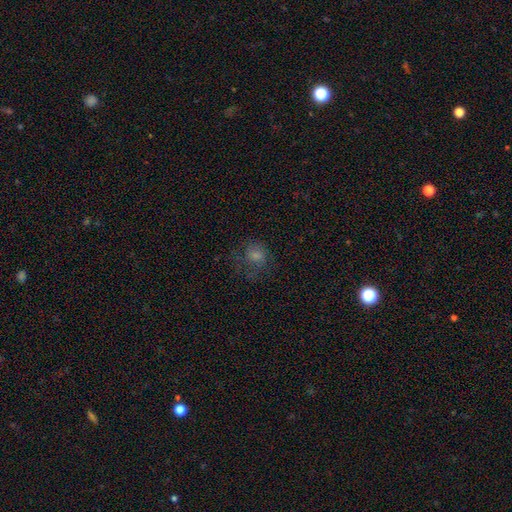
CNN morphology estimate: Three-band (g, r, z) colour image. It shows a smooth galaxy with no disk features (64%) that is round (63%). Merging: none (50%).